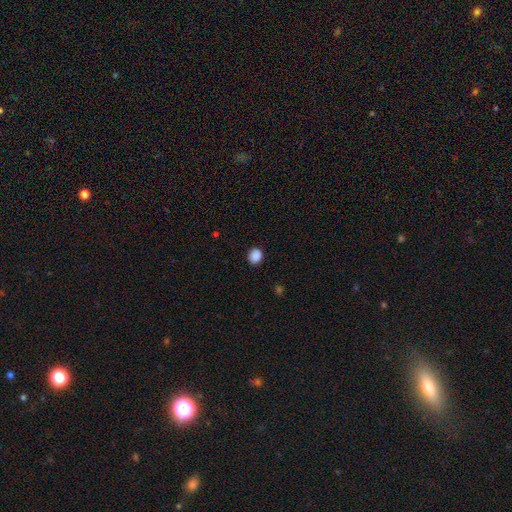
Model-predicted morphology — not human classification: type=smooth (88%); roundness=round (77%); merging=none (91%).